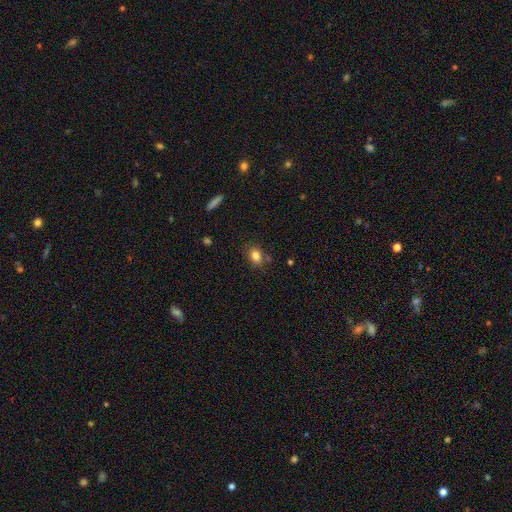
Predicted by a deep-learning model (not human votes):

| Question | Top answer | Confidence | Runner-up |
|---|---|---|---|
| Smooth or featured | smooth | 82% | star or artifact (11%) |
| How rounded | in between | 71% | round (27%) |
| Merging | none | 75% | minor disturbance (15%) |